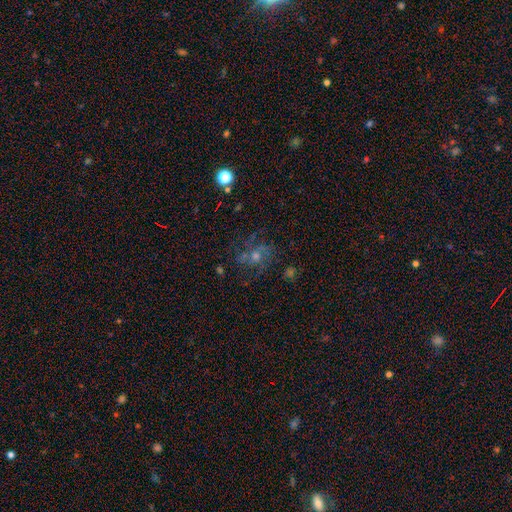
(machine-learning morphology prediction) A featured or disk galaxy (57%) with no bar (69%), spiral arms (84%) and a moderate central bulge (50%). Merging: none (69%).